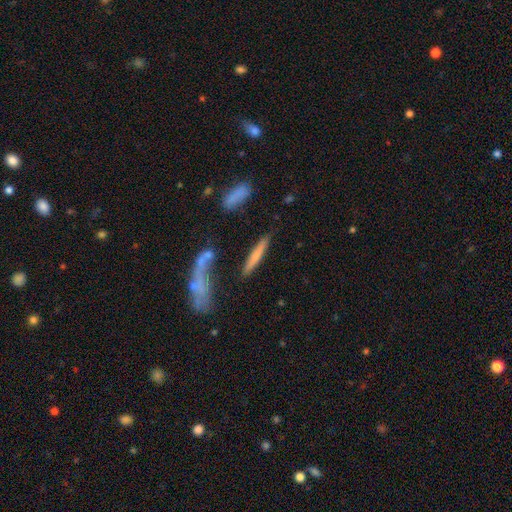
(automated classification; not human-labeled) Morphology: type=smooth (60%); roundness=cigar-shaped (91%); merging=none (67%).